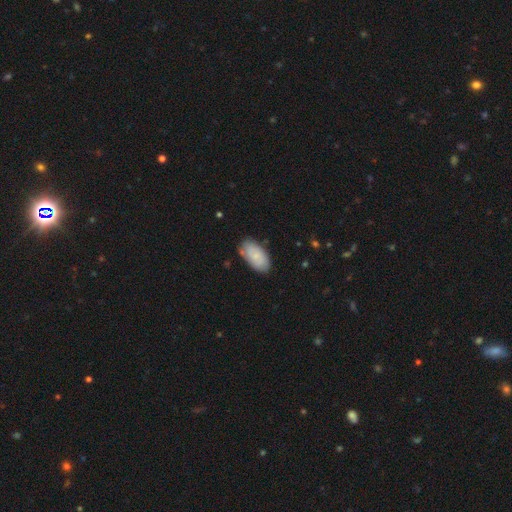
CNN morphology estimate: Smooth or featured? Predicted: smooth (p=0.71). How rounded? Predicted: in between (p=0.95). Merging? Predicted: none (p=0.77).